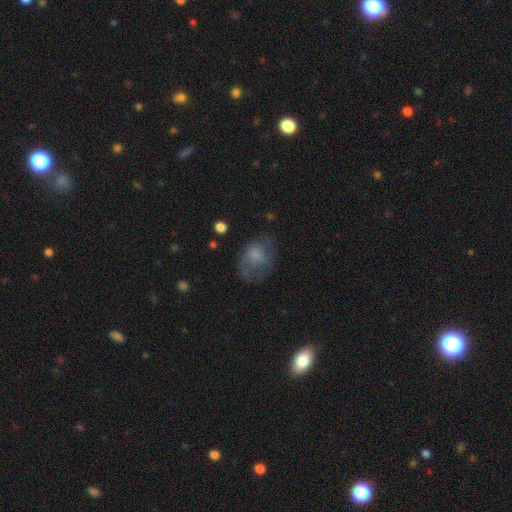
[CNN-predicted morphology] Smooth or featured: smooth — 67% (featured or disk — 22%)
How rounded: in between — 69% (round — 29%)
Merging: none — 47% (minor disturbance — 27%)